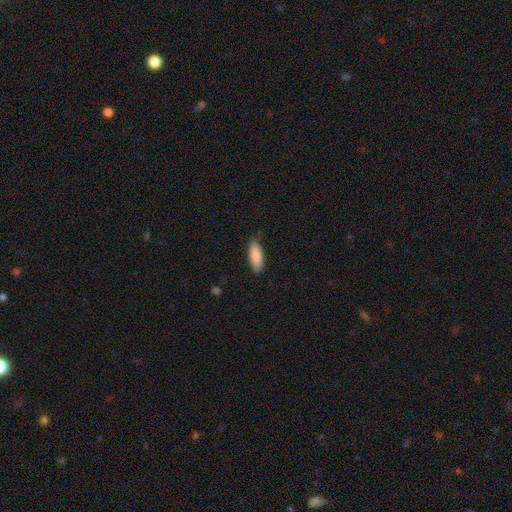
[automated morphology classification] A smooth galaxy with no disk features (89%) that is in between round and cigar-shaped (73%).

Vote fractions:
- Smooth or featured? smooth: 89% / star or artifact: 6% / featured or disk: 5%
- How rounded? in between: 73% / cigar-shaped: 25% / round: 2%
- Merging? none: 79% / minor disturbance: 17% / major disturbance: 3% / merger: 1%